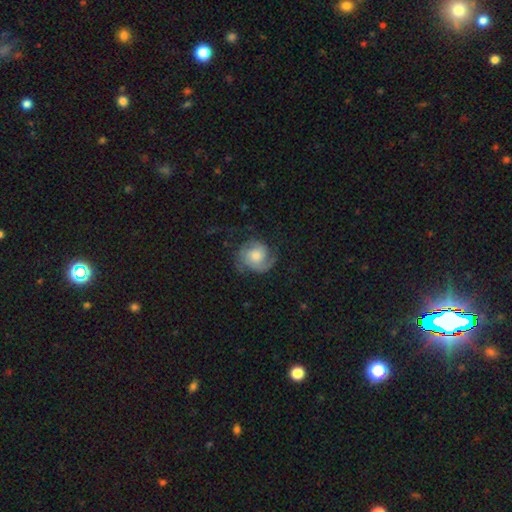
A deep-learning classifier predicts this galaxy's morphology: Smooth or featured?
  - featured or disk: 70% *
  - smooth: 24%
  - star or artifact: 6%
Edge-on disk?
  - no: 98% *
  - yes: 2%
Bar?
  - no: 75% *
  - weak: 22%
  - strong: 3%
Spiral arms?
  - yes: 94% *
  - no: 6%
Spiral winding?
  - tight: 46% *
  - medium: 38%
  - loose: 16%
Spiral arm count?
  - 2: 50% *
  - 3: 15%
  - can't tell: 15%
  - 1: 14%
  - 4: 3%
  - more than 4: 3%
Bulge size?
  - moderate: 57% *
  - small: 21%
  - large: 16%
  - none: 4%
  - dominant: 2%
Merging?
  - none: 65% *
  - minor disturbance: 20%
  - major disturbance: 14%
  - merger: 1%